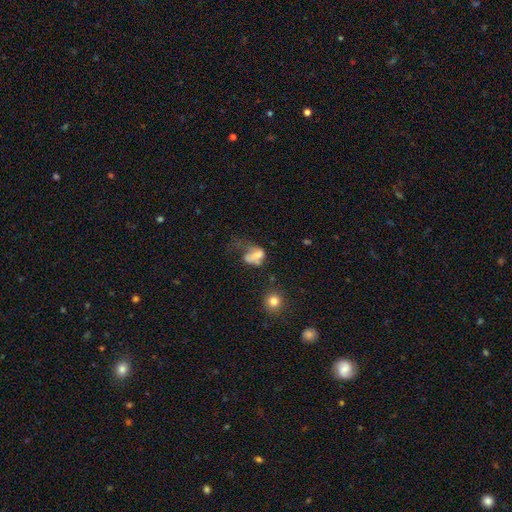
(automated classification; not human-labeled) This appears to be a smooth galaxy with no disk features (53%) that is in between round and cigar-shaped (73%). Merging: major disturbance (48%).